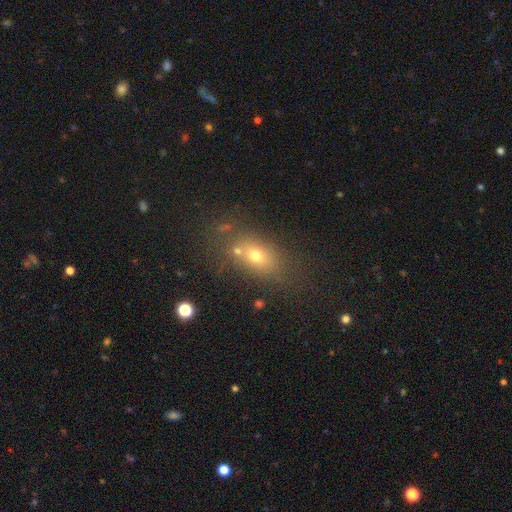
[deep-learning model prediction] smooth 65%, featured or disk 18%, star or artifact 17%. Down the decision tree: how rounded — in between (69%); merging — none (64%).